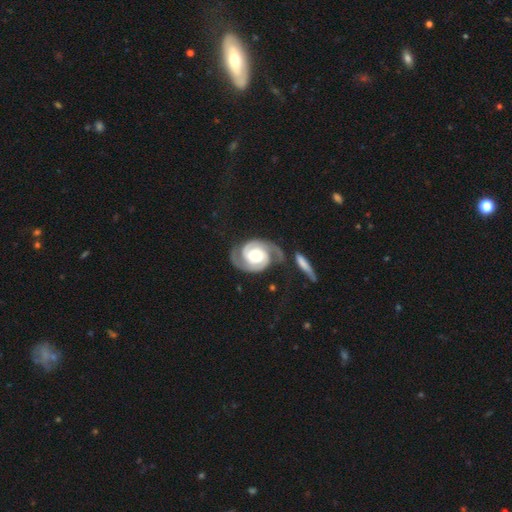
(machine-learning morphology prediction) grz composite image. It shows a featured or disk galaxy (92%) with no bar (53%), 2 (93%) tight (59%) spiral arms (98%) and a moderate central bulge (60%). Merging: none (67%).